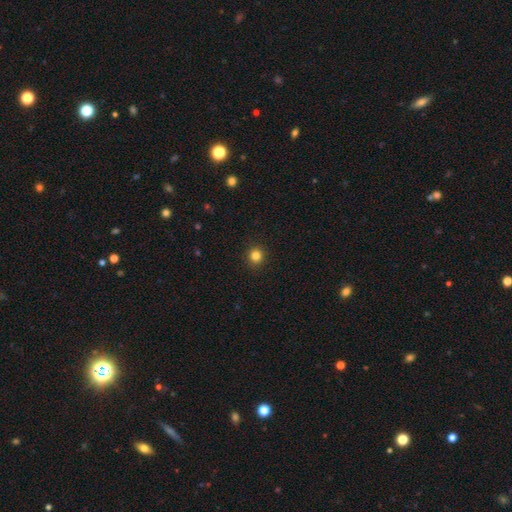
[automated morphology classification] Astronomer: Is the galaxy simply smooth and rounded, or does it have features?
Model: smooth — 83%.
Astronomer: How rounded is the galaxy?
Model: round — 92%.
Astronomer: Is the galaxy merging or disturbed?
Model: none — 93%.